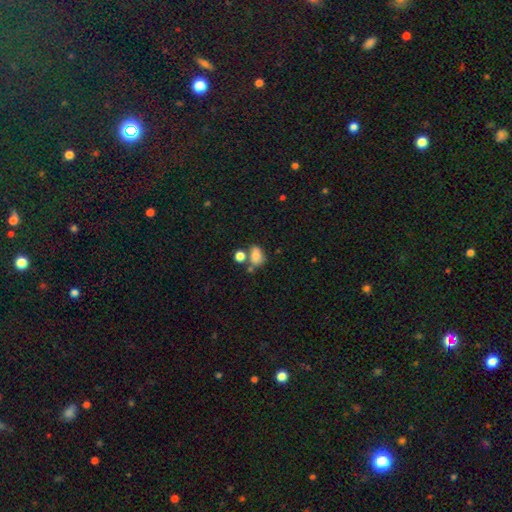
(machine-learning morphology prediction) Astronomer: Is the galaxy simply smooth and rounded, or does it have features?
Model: smooth — 77%.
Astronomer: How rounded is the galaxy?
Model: in between — 75%.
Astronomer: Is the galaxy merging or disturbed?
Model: none — 45% (runner-up: merger, 31%).